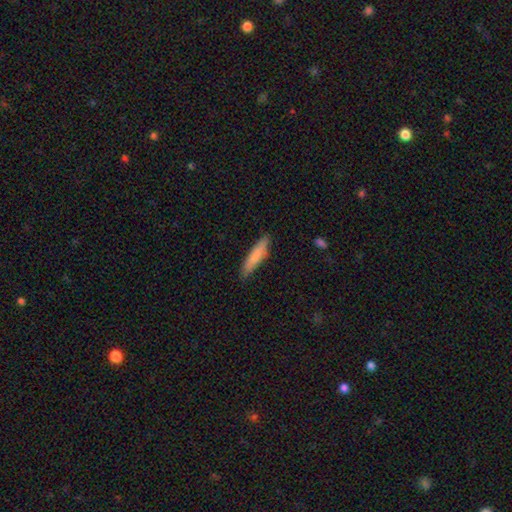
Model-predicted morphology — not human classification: Smooth or featured?
  - smooth: 77% *
  - featured or disk: 17%
  - star or artifact: 5%
How rounded?
  - cigar-shaped: 81% *
  - in between: 17%
  - round: 1%
Merging?
  - none: 84% *
  - minor disturbance: 13%
  - major disturbance: 2%
  - merger: 1%